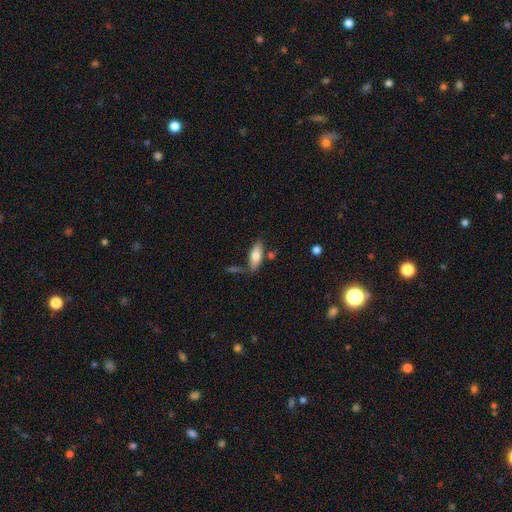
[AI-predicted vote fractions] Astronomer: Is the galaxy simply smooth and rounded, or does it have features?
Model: smooth — 74%.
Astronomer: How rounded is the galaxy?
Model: in between — 74%.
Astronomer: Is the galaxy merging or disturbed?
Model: none — 70%.